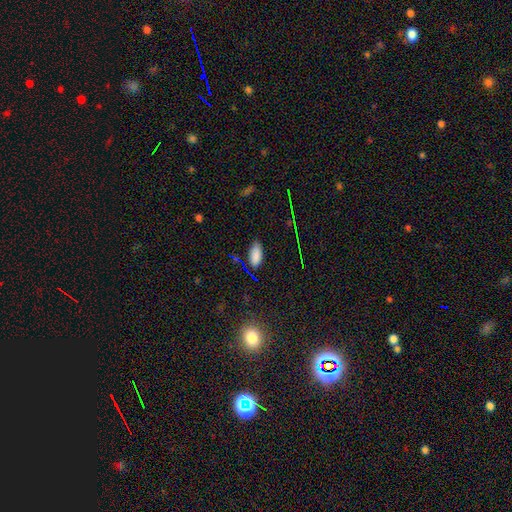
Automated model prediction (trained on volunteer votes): Smooth or featured? Predicted: smooth (p=0.82). How rounded? Predicted: in between (p=0.90). Merging? Predicted: none (p=0.80).